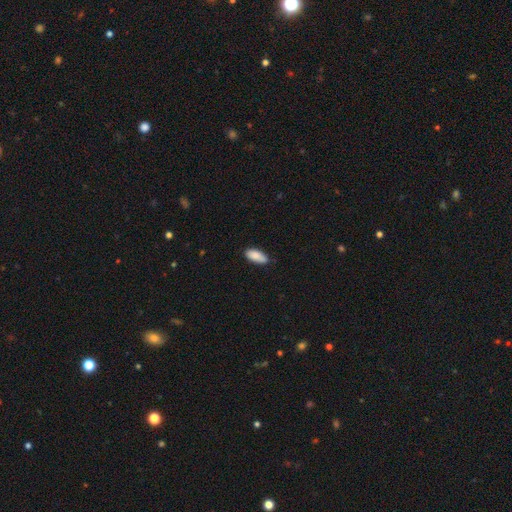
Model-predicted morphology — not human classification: Overall: smooth (87%). How rounded: in between (87%). Merging: none (78%).